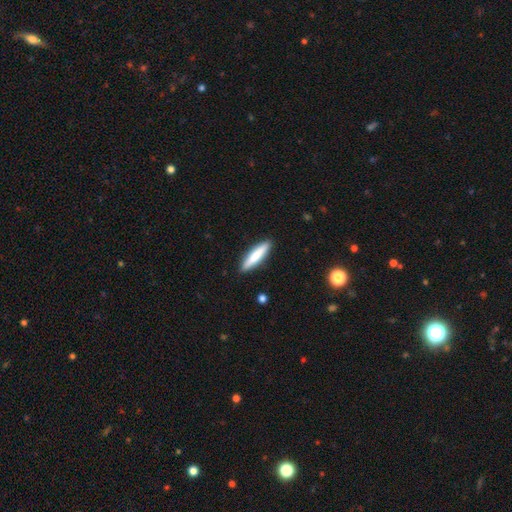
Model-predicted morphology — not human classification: This appears to be a smooth galaxy with no disk features (73%) that is cigar-shaped (83%). Merging: none (91%).